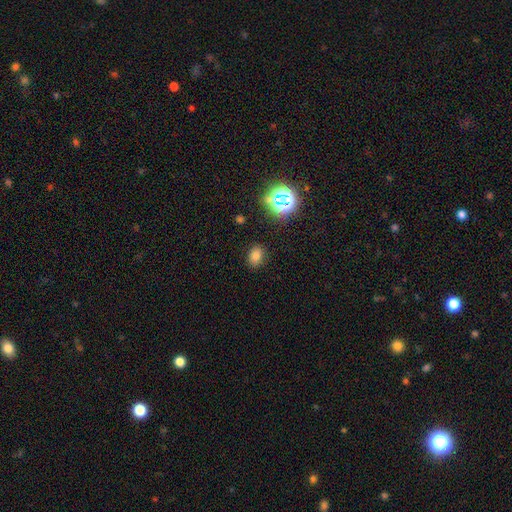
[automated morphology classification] Smooth or featured? Predicted: smooth (p=0.72). How rounded? Predicted: in between (p=0.69). Merging? Predicted: none (p=0.87).